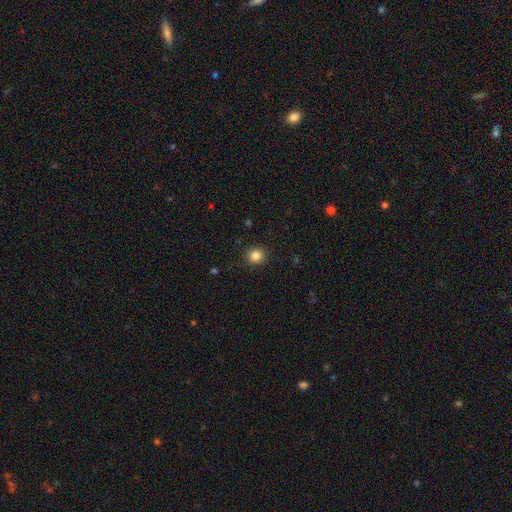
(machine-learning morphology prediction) Smooth or featured?
  - smooth: 84% *
  - star or artifact: 11%
  - featured or disk: 4%
How rounded?
  - round: 90% *
  - in between: 9%
  - cigar-shaped: 1%
Merging?
  - none: 91% *
  - minor disturbance: 6%
  - major disturbance: 2%
  - merger: 1%